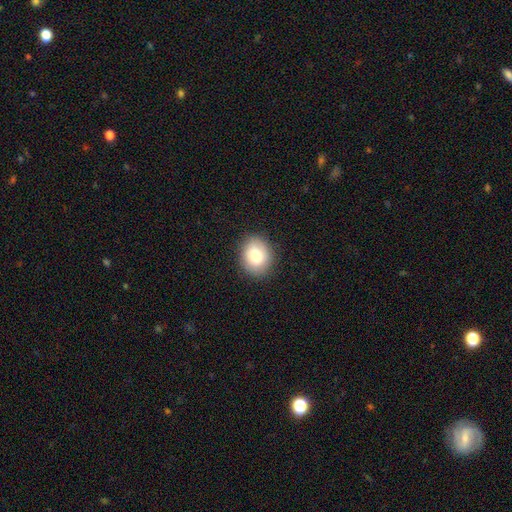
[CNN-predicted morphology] Smooth or featured? Predicted: smooth (p=0.77). How rounded? Predicted: round (p=0.65). Merging? Predicted: none (p=0.87).